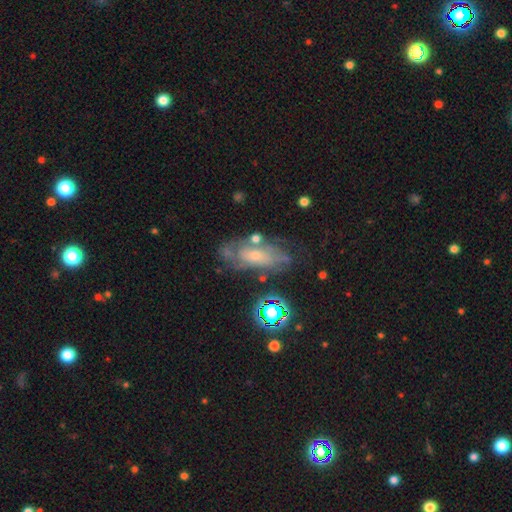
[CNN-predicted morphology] type=featured or disk (61%); edge-on=no (87%); bar=no (72%); spiral arms=yes (74%); bulge=small (62%); merging=none (60%).